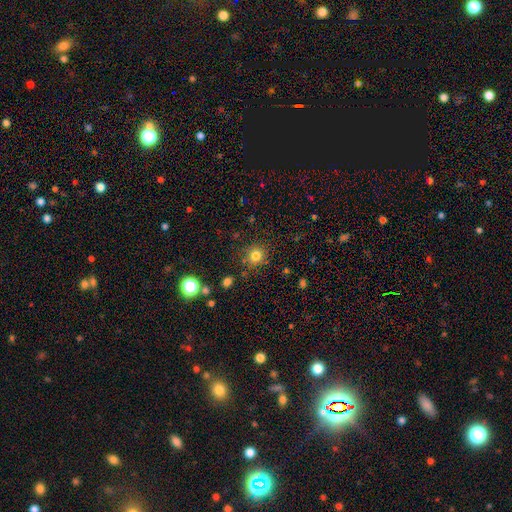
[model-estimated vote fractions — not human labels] This is likely a smooth galaxy (80%). How rounded: clearly round (89%). Merging: clearly none (84%).